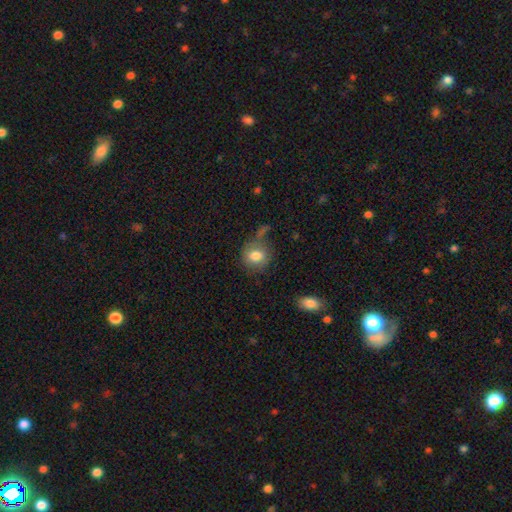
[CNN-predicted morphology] The model was most divided on "merging": none: 61%, minor disturbance: 19%, major disturbance: 11%, merger: 9%. More confident: smooth or featured — smooth (80%); how rounded — round (73%).